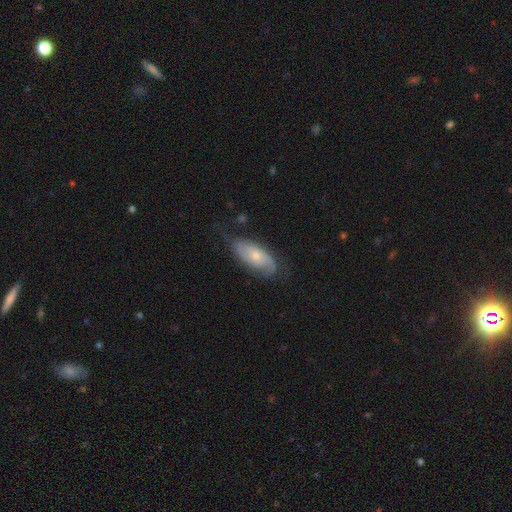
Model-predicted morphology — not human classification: Smooth or featured? featured or disk (67%)
Edge-on disk? no (91%)
Bar? no (74%)
Spiral arms? yes (88%)
Spiral winding? tight (42%)
Spiral arm count? 2 (58%)
Bulge size? small (50%)
Merging? none (62%)